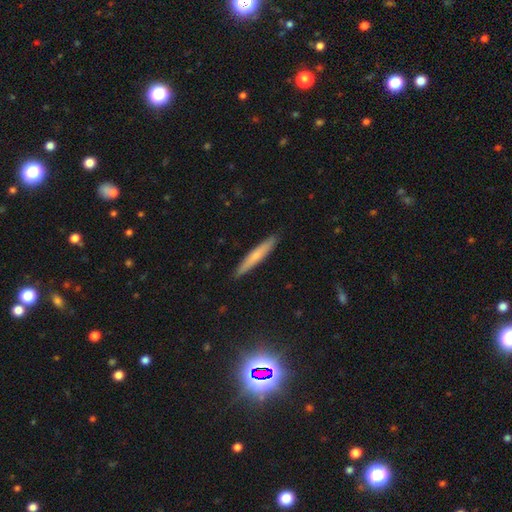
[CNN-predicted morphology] Smooth or featured? smooth (60%)
How rounded? cigar-shaped (95%)
Merging? none (90%)